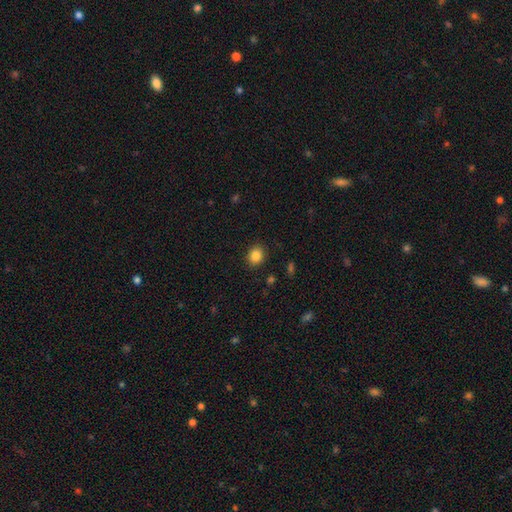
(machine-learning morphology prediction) Smooth or featured? smooth (85%)
How rounded? round (63%)
Merging? none (89%)